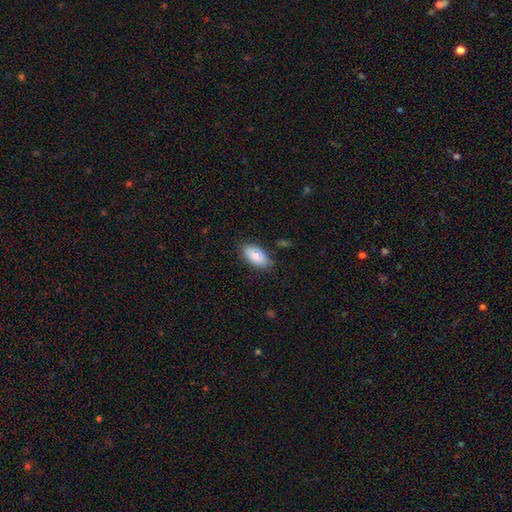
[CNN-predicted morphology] Smooth or featured?
  - smooth: 85% *
  - featured or disk: 9%
  - star or artifact: 6%
How rounded?
  - in between: 93% *
  - cigar-shaped: 5%
  - round: 3%
Merging?
  - none: 80% *
  - minor disturbance: 15%
  - major disturbance: 3%
  - merger: 2%